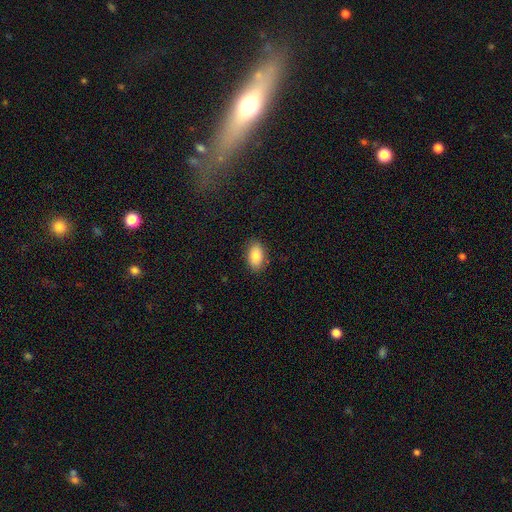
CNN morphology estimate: A smooth galaxy with no disk features (84%) that is in between round and cigar-shaped (91%).

Vote fractions:
- Smooth or featured? smooth: 84% / featured or disk: 9% / star or artifact: 7%
- How rounded? in between: 91% / round: 7% / cigar-shaped: 2%
- Merging? none: 86% / minor disturbance: 10% / major disturbance: 3% / merger: 1%